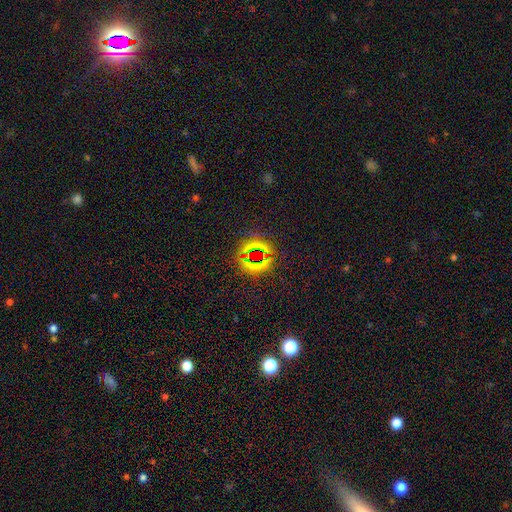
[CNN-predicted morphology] This appears to be a star or artifact, not a galaxy (72%).